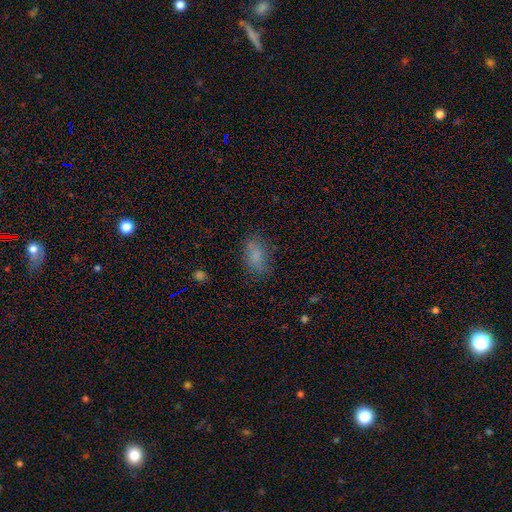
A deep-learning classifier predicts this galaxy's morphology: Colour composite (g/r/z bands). It shows a smooth galaxy with no disk features (78%) that is in between round and cigar-shaped (88%). Merging: none (75%).